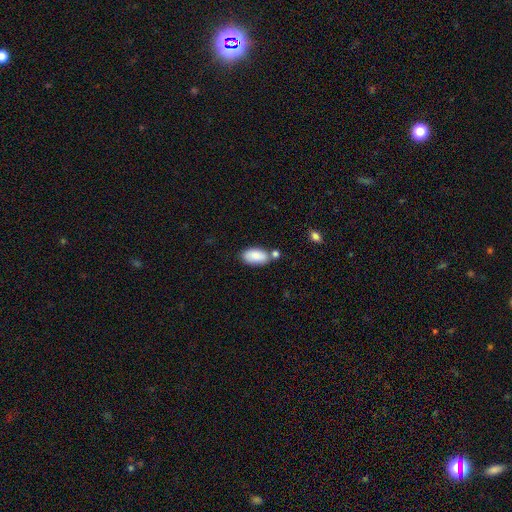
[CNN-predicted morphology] The model was most divided on "merging": none: 61%, merger: 19%, minor disturbance: 16%, major disturbance: 4%. More confident: how rounded — in between (94%); smooth or featured — smooth (87%).